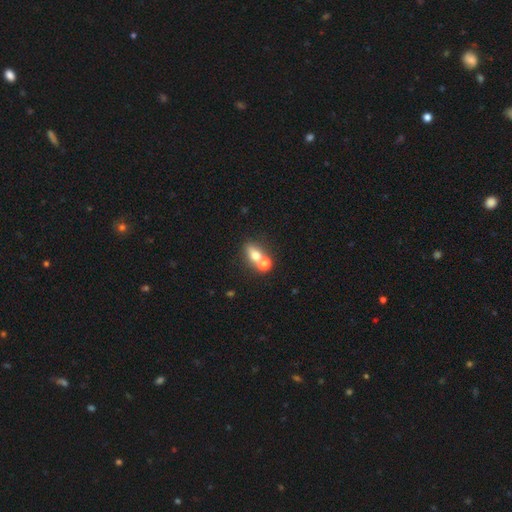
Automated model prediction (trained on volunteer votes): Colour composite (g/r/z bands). It shows a smooth galaxy with no disk features (68%) that is in between round and cigar-shaped (58%). Merging: merger (49%).